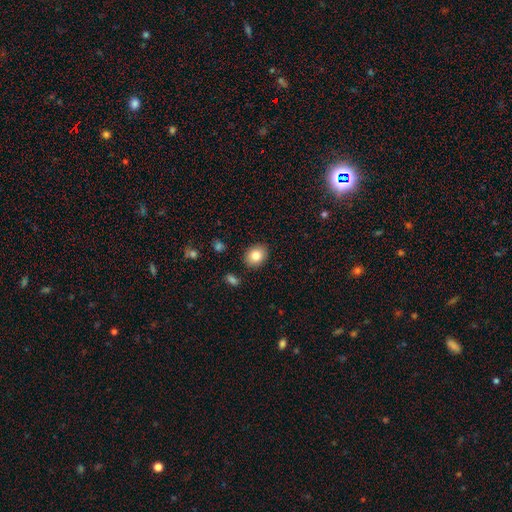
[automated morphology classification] Overall: smooth (83%). How rounded: in between (51%; round 48%). Merging: none (87%).